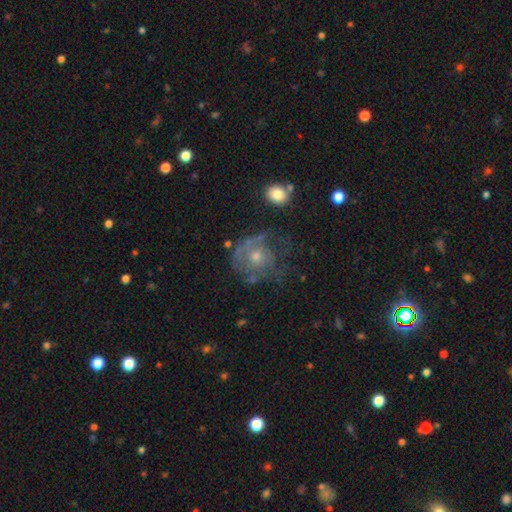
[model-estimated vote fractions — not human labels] featured or disk 62%, smooth 29%, star or artifact 9%. Down the decision tree: edge-on disk — no (97%); bar — no (86%); spiral arms — yes (60%); bulge size — moderate (53%); merging — none (43%).